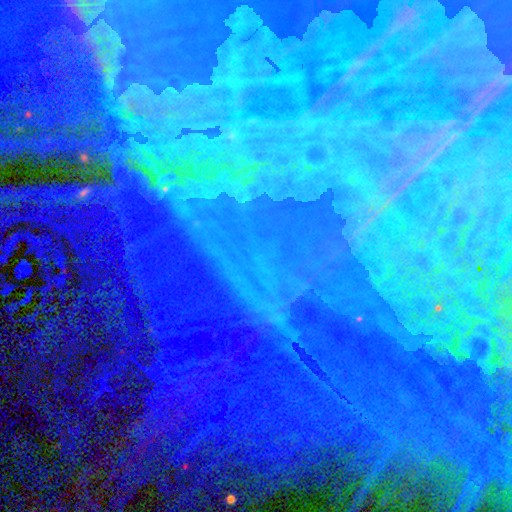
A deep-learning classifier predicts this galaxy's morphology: smooth_or_featured: star or artifact (p=0.83) [alt: featured or disk p=0.10]